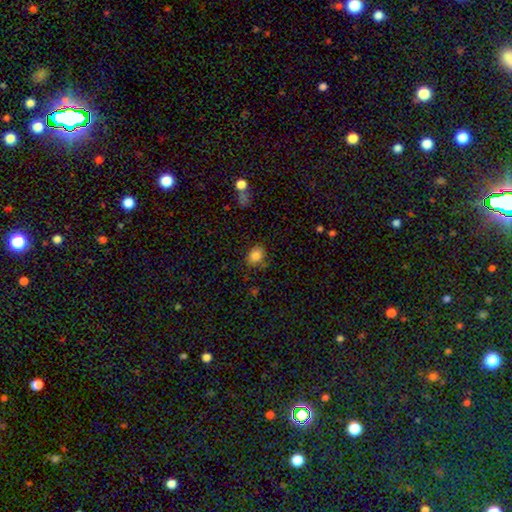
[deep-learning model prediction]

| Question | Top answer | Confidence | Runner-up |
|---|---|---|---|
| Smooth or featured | smooth | 84% | star or artifact (9%) |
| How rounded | in between | 63% | round (36%) |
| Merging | none | 69% | minor disturbance (22%) |